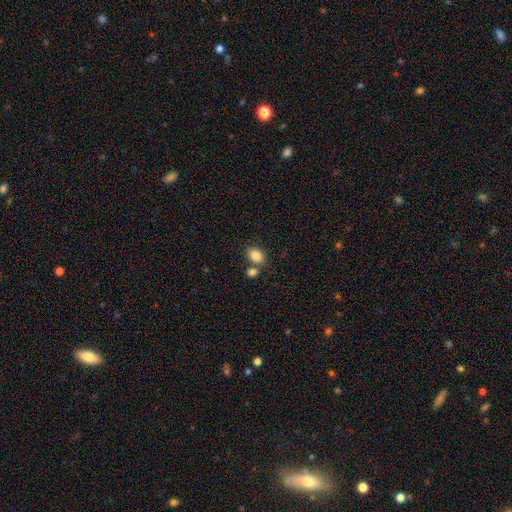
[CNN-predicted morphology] A smooth galaxy with no disk features (85%) that is in between round and cigar-shaped (78%).

Vote fractions:
- Smooth or featured? smooth: 85% / star or artifact: 9% / featured or disk: 6%
- How rounded? in between: 78% / round: 21% / cigar-shaped: 1%
- Merging? none: 63% / merger: 24% / minor disturbance: 10% / major disturbance: 3%